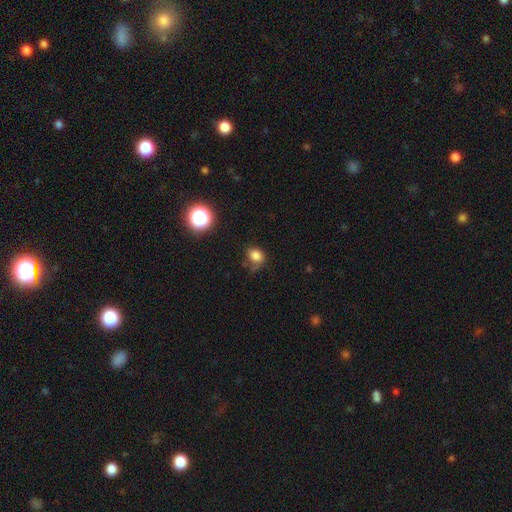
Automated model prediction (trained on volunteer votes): smooth 79%, star or artifact 14%, featured or disk 8%. Down the decision tree: how rounded — round (62%); merging — none (57%).